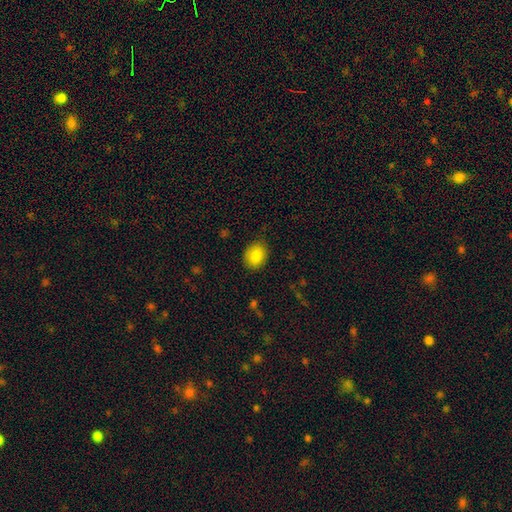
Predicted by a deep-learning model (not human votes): Smooth or featured? Predicted: smooth (p=0.84). How rounded? Predicted: in between (p=0.56). Merging? Predicted: none (p=0.84).